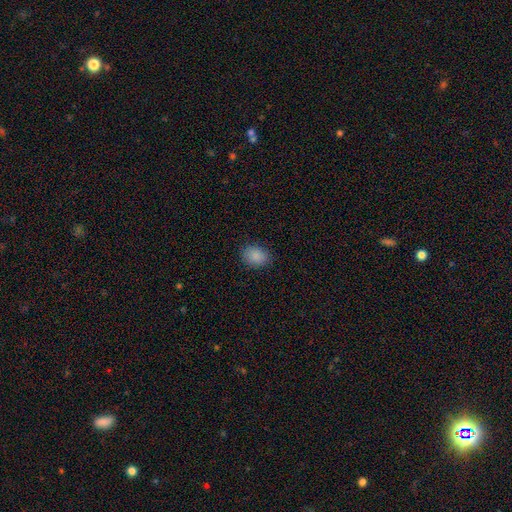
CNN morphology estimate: A smooth galaxy with no disk features (88%) that is in between round and cigar-shaped (53%). Merging: none (87%).